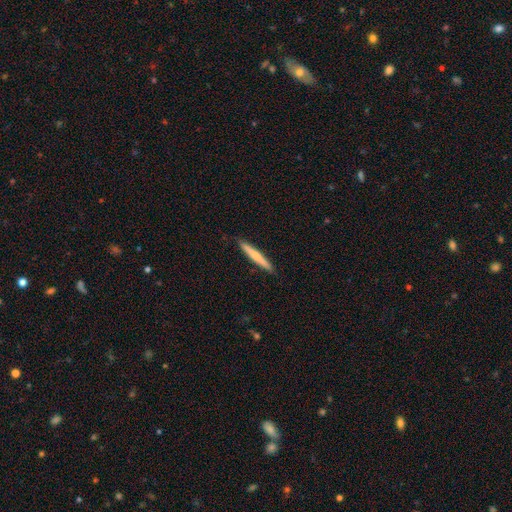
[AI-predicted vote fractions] A smooth galaxy with no disk features (64%) that is cigar-shaped (96%).

Vote fractions:
- Smooth or featured? smooth: 64% / featured or disk: 30% / star or artifact: 5%
- How rounded? cigar-shaped: 96% / in between: 3% / round: 1%
- Merging? none: 90% / minor disturbance: 8% / major disturbance: 1% / merger: 1%